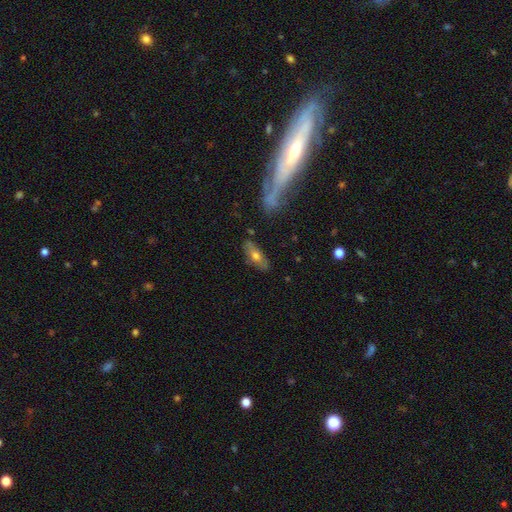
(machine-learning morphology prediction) Smooth or featured? smooth (56%)
How rounded? in between (67%)
Merging? none (80%)